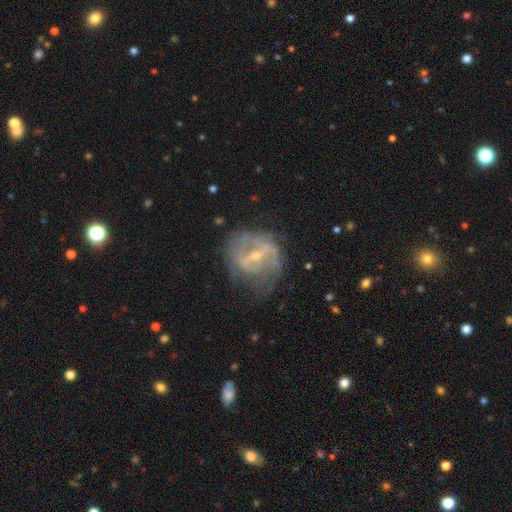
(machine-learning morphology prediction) featured or disk 80%, smooth 12%, star or artifact 8%. Down the decision tree: edge-on disk — no (96%); bar — strong (44%); spiral arms — yes (75%); spiral arm count — 2 (45%); spiral winding — medium (39%, tied with tight); bulge size — small (62%); merging — none (54%).